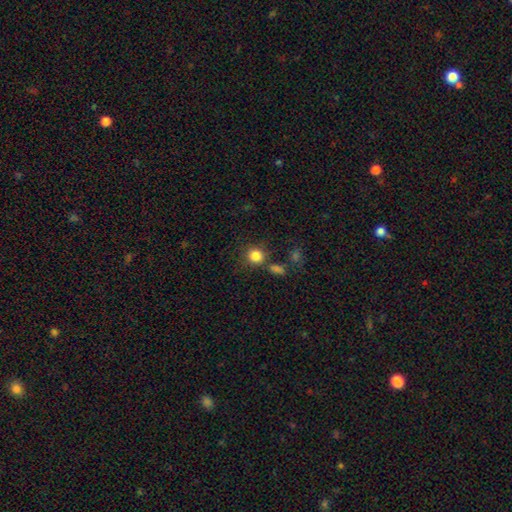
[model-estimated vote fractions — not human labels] This is clearly a smooth galaxy (83%). How rounded: clearly round (89%). Merging: likely none (74%).